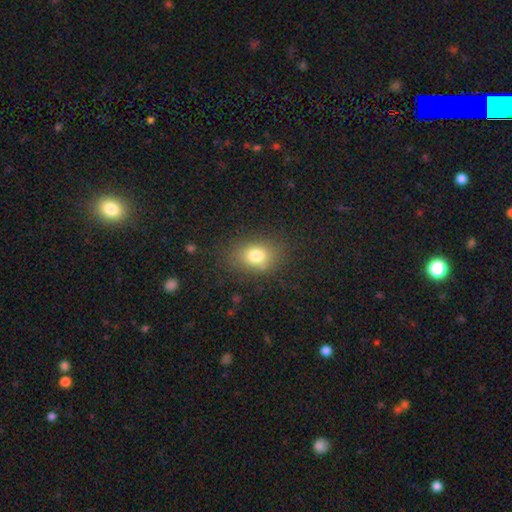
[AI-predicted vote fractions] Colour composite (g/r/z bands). It shows a smooth galaxy with no disk features (79%) that is in between round and cigar-shaped (65%). Merging: none (78%).